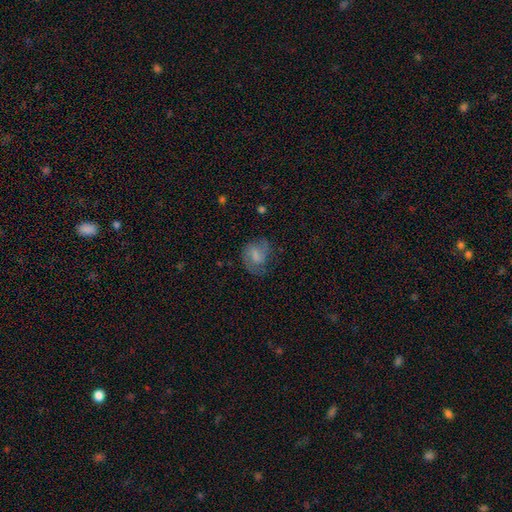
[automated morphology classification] featured or disk 44% (tied), smooth 44% (tied), star or artifact 12%. Down the decision tree: merging — none (62%).